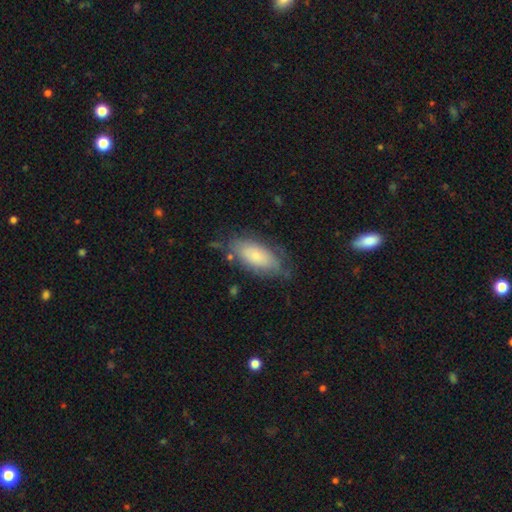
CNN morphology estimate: Overall: smooth (70%). How rounded: in between (88%). Merging: none (65%).